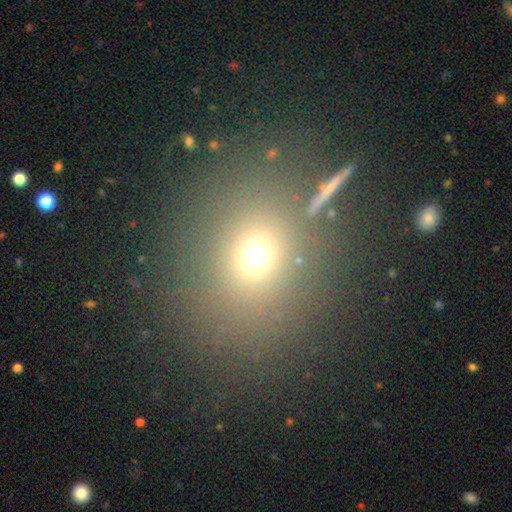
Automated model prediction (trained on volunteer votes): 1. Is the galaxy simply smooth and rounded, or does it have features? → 65% smooth, 25% star or artifact, 10% featured or disk.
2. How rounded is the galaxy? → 73% round, 25% in between, 1% cigar-shaped.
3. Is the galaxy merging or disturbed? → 79% none, 9% minor disturbance, 6% merger, 5% major disturbance.